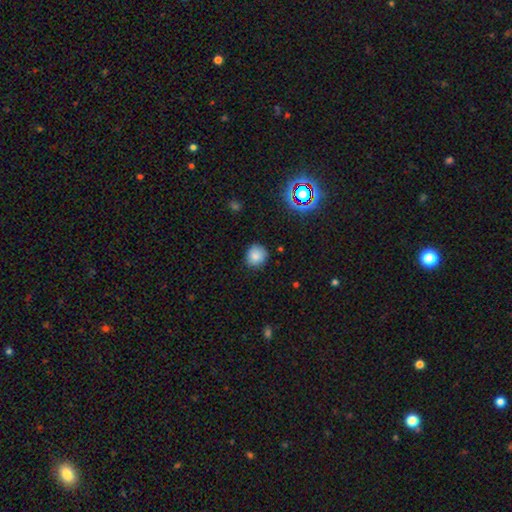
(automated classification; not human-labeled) Smooth or featured?
  - smooth: 81% *
  - star or artifact: 12%
  - featured or disk: 7%
How rounded?
  - round: 85% *
  - in between: 14%
  - cigar-shaped: 1%
Merging?
  - none: 83% *
  - minor disturbance: 13%
  - major disturbance: 2%
  - merger: 1%